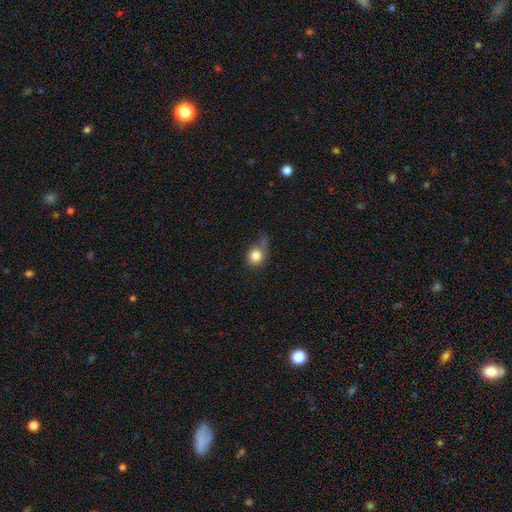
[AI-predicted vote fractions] Q: Smooth or featured?
A: smooth (82%); runner-up: star or artifact (10%)
Q: How rounded?
A: round (81%); runner-up: in between (18%)
Q: Merging?
A: none (47%); runner-up: minor disturbance (31%)